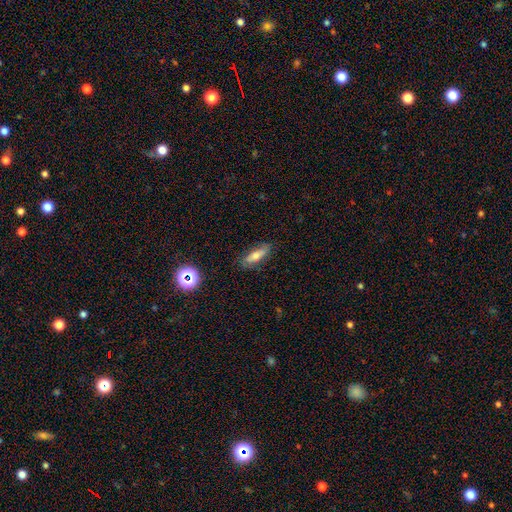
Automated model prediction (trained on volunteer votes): smooth 63%, featured or disk 27%, star or artifact 10%. Down the decision tree: how rounded — in between (54%); merging — none (79%).